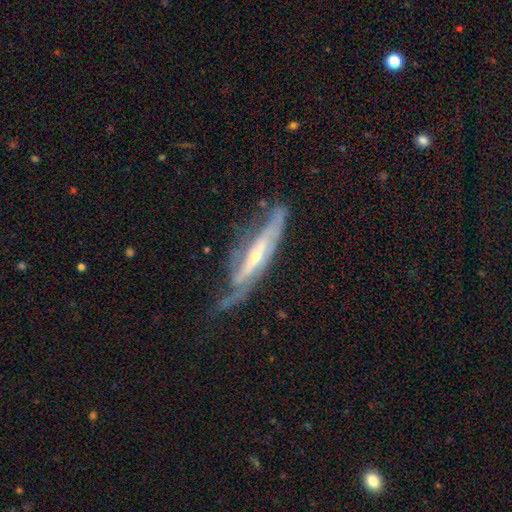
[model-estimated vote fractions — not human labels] Smooth or featured?
  - featured or disk: 82% *
  - smooth: 12%
  - star or artifact: 6%
Edge-on disk?
  - yes: 50% * (tied)
  - no: 50% * (tied)
Merging?
  - none: 52% *
  - minor disturbance: 28%
  - major disturbance: 17%
  - merger: 3%